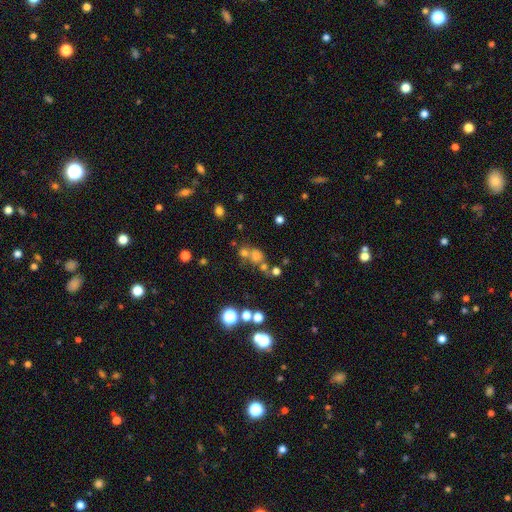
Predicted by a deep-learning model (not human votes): smooth-or-featured: smooth: 61% | star or artifact: 26% | featured or disk: 14%
  how-rounded: round: 73% | in between: 25% | cigar-shaped: 2%
  merging: none: 42% | merger: 39% | minor disturbance: 10% | major disturbance: 8%